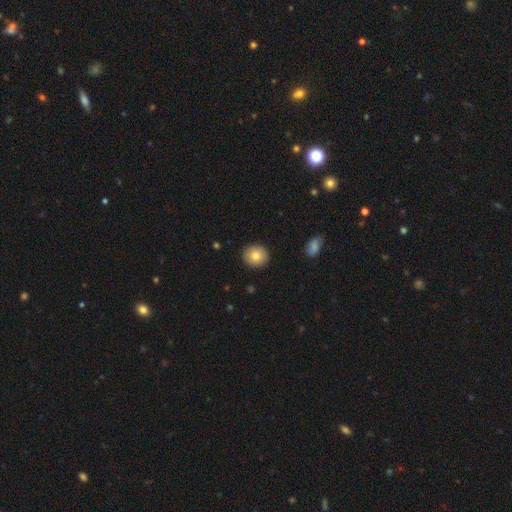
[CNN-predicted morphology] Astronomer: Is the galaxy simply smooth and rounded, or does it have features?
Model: smooth — 81%.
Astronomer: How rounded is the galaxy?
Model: round — 83%.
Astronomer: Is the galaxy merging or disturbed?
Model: none — 91%.